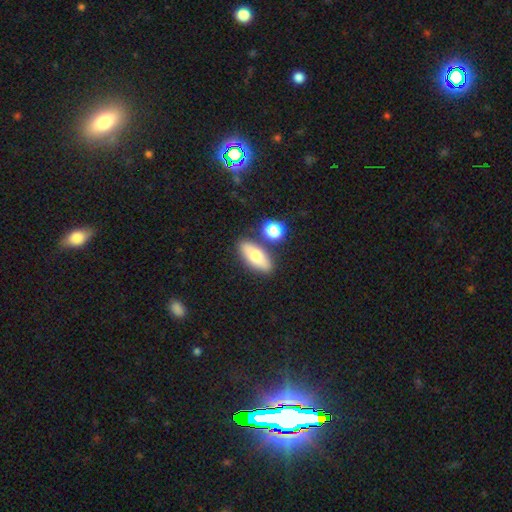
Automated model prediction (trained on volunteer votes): A smooth galaxy with no disk features (67%) that is in between round and cigar-shaped (71%). Merging: none (78%).